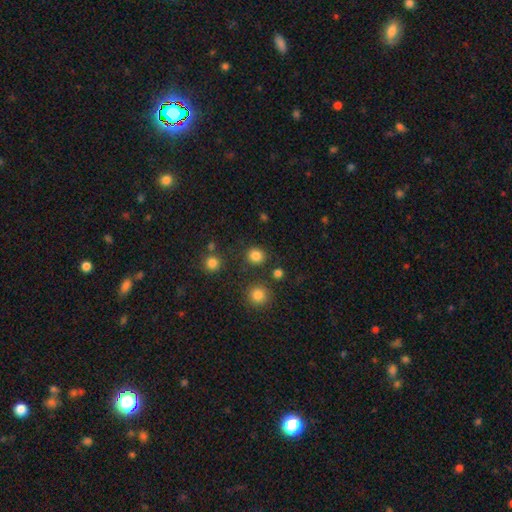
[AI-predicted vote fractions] A smooth galaxy with no disk features (83%) that is round (90%).

Vote fractions:
- Smooth or featured? smooth: 83% / star or artifact: 13% / featured or disk: 4%
- How rounded? round: 90% / in between: 9% / cigar-shaped: 1%
- Merging? none: 86% / minor disturbance: 7% / merger: 4% / major disturbance: 3%